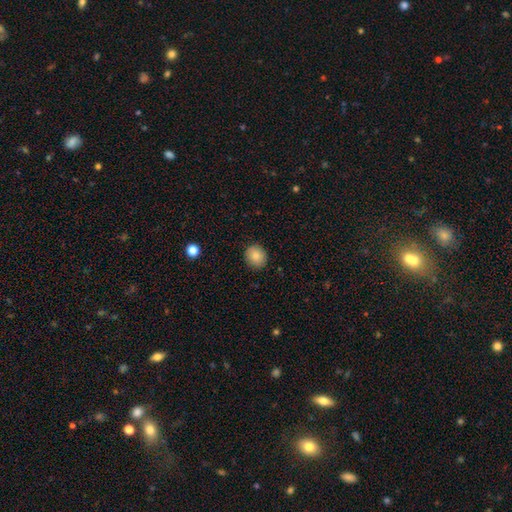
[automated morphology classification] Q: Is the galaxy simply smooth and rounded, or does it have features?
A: smooth — 84%.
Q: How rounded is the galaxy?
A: round — 75%.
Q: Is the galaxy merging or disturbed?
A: none — 89%.